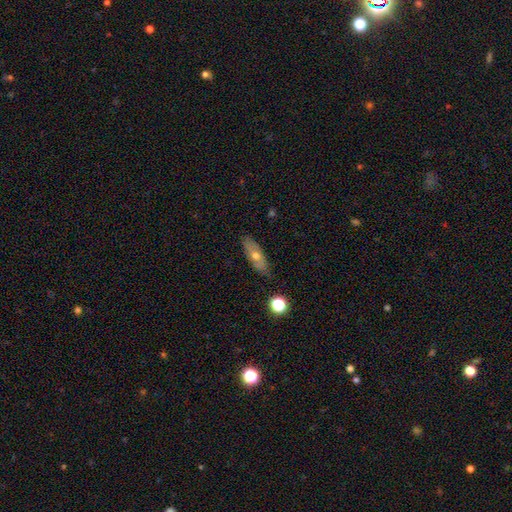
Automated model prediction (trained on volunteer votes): A smooth galaxy with no disk features (49%). Merging: none (82%).